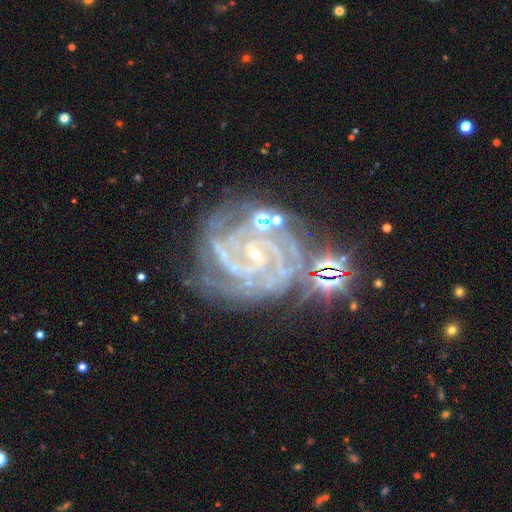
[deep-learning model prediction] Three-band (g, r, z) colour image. It shows a featured or disk galaxy (87%) with no bar (56%), 4 (24%) tight (77%) spiral arms (98%) and a small central bulge (86%). Merging: none (63%).